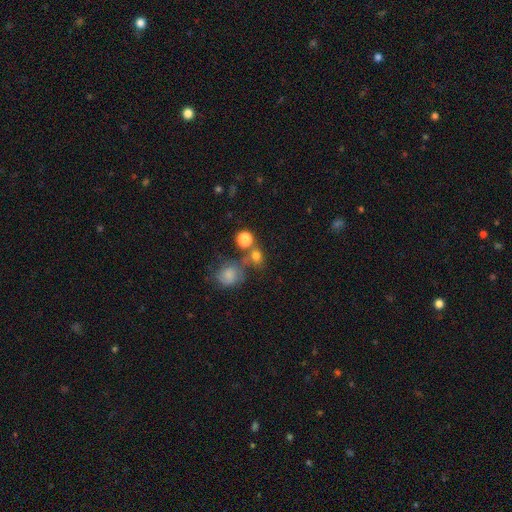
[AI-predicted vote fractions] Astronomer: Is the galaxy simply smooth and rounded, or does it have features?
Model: smooth — 74%.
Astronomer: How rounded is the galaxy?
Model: round — 70%.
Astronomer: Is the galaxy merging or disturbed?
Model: none — 52% (runner-up: merger, 28%).